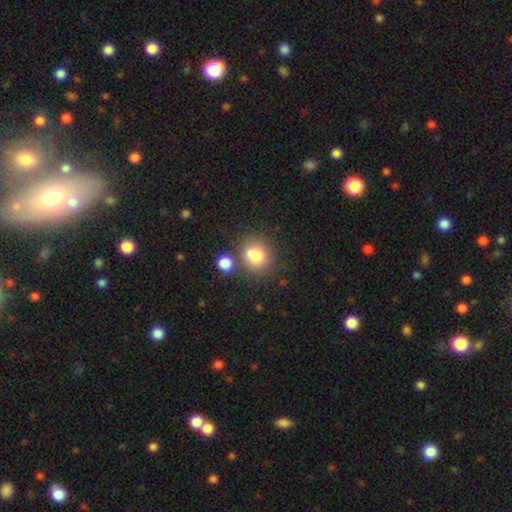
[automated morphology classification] type=smooth (79%); roundness=round (74%); merging=none (55%).